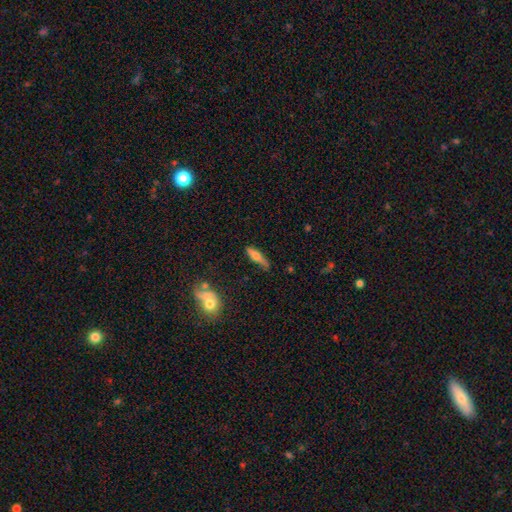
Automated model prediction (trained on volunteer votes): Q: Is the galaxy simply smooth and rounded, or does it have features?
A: smooth — 59%.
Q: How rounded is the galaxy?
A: cigar-shaped — 73%.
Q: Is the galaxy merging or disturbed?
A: none — 67%.